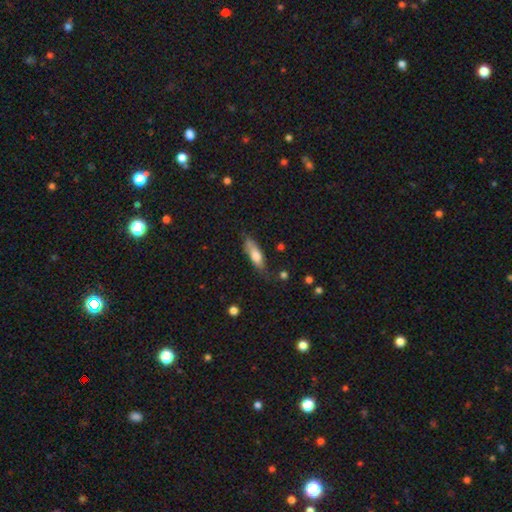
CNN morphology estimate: Smooth or featured?
  - smooth: 72% *
  - featured or disk: 22%
  - star or artifact: 6%
How rounded?
  - in between: 49% *
  - cigar-shaped: 48%
  - round: 2%
Merging?
  - none: 66% *
  - minor disturbance: 25%
  - major disturbance: 6%
  - merger: 3%